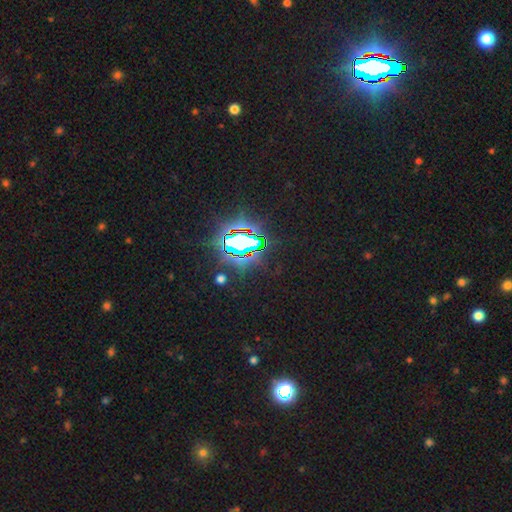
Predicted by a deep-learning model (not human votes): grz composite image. It shows a star or artifact, not a galaxy (83%).